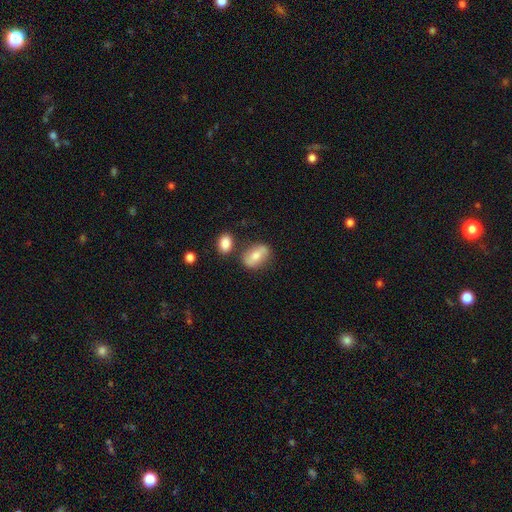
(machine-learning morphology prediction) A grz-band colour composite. It shows a smooth galaxy with no disk features (63%) that is in between round and cigar-shaped (85%). Merging: none (70%).